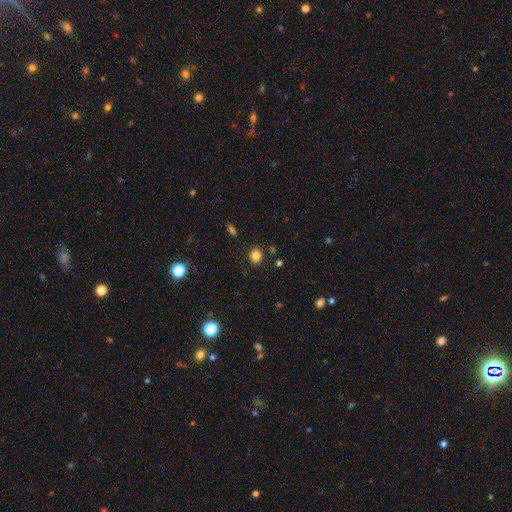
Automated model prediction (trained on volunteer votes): This appears to be a smooth galaxy with no disk features (82%) that is round (72%). Merging: none (86%).